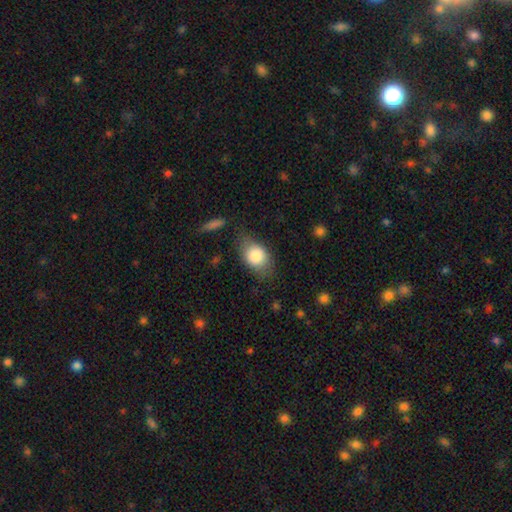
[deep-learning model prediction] This is clearly a smooth galaxy (82%). How rounded: likely in between (75%). Merging: likely none (64%).